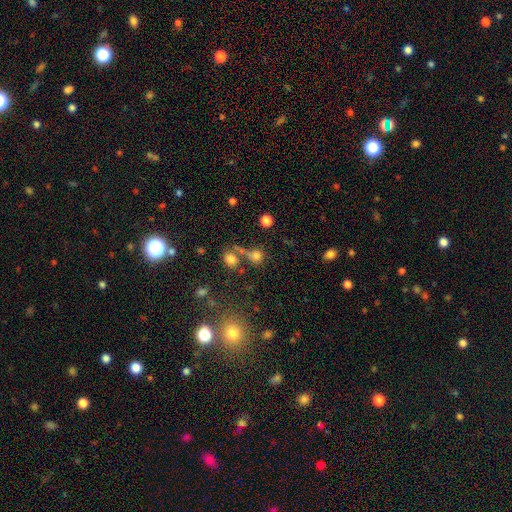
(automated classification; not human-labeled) Smooth or featured? Predicted: smooth (p=0.73). How rounded? Predicted: round (p=0.83). Merging? Predicted: none (p=0.55).